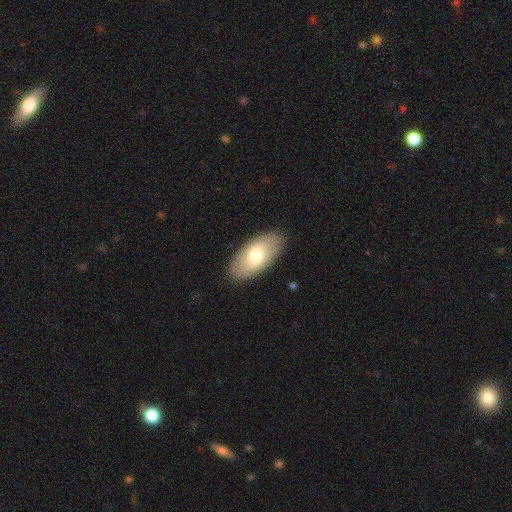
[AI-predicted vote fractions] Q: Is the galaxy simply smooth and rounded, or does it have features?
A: smooth — 71%.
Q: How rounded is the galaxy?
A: in between — 93%.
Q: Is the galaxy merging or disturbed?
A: none — 88%.